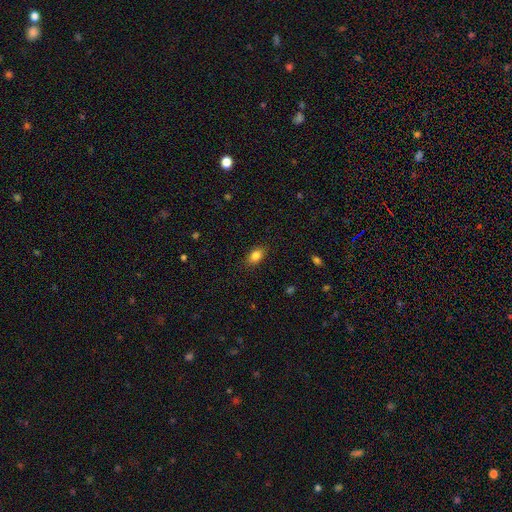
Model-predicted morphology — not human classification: A smooth galaxy with no disk features (84%) that is in between round and cigar-shaped (85%). Merging: none (85%).